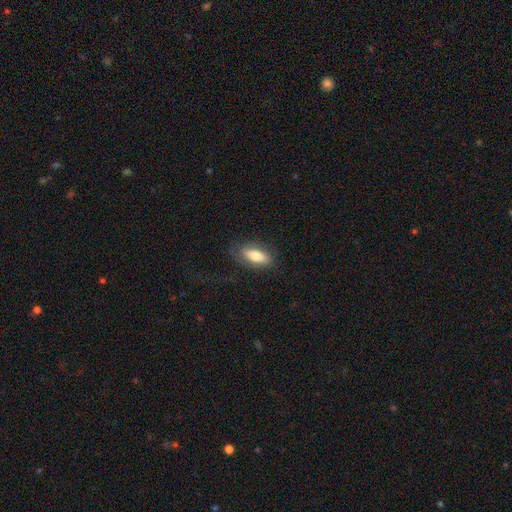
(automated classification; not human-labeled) smooth_or_featured: smooth (p=0.70) [alt: featured or disk p=0.24]
how_rounded: in between (p=0.73) [alt: cigar-shaped p=0.24]
merging: none (p=0.75) [alt: minor disturbance p=0.16]